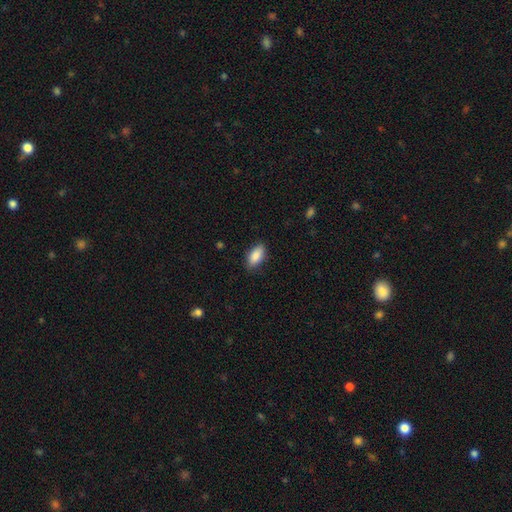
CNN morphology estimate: Smooth or featured?
  - smooth: 88% *
  - star or artifact: 7%
  - featured or disk: 5%
How rounded?
  - in between: 91% *
  - cigar-shaped: 6%
  - round: 3%
Merging?
  - none: 85% *
  - minor disturbance: 11%
  - major disturbance: 2%
  - merger: 1%